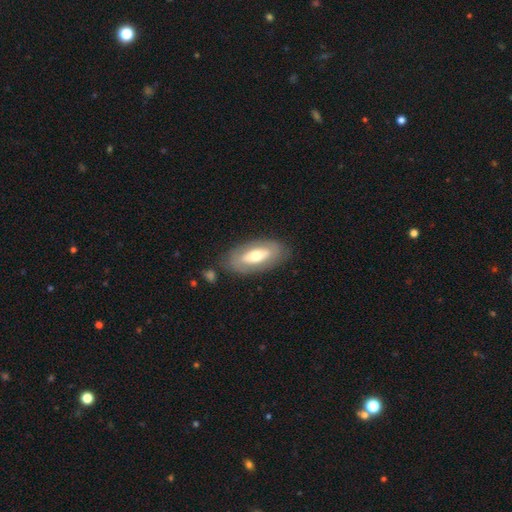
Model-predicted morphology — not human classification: smooth_or_featured: featured or disk (p=0.48) [alt: smooth p=0.46]
merging: none (p=0.79) [alt: minor disturbance p=0.13]